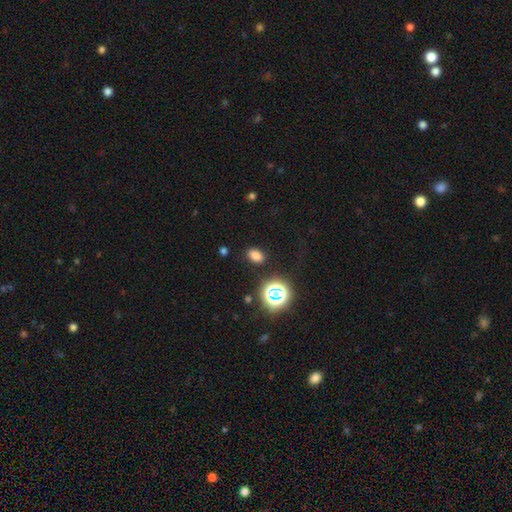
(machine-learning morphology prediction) Smooth or featured? Predicted: smooth (p=0.74). How rounded? Predicted: in between (p=0.79). Merging? Predicted: none (p=0.87).